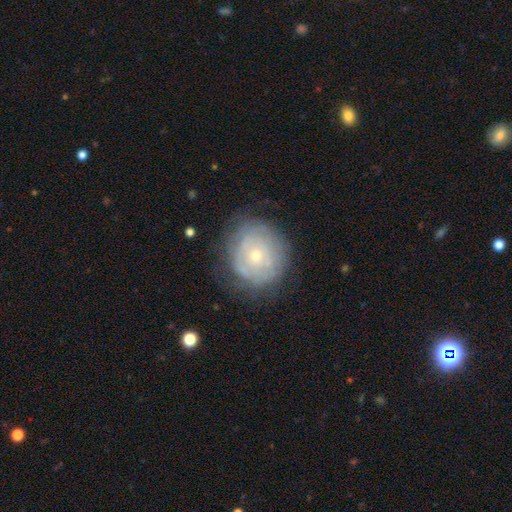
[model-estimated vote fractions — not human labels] smooth_or_featured: featured or disk (p=0.55) [alt: smooth p=0.37]
disk_edge_on: no (p=0.96) [alt: yes p=0.04]
bar: no (p=0.86) [alt: weak p=0.12]
has_spiral_arms: yes (p=0.55) [alt: no p=0.45]
bulge_size: small (p=0.68) [alt: moderate p=0.28]
merging: none (p=0.71) [alt: minor disturbance p=0.19]